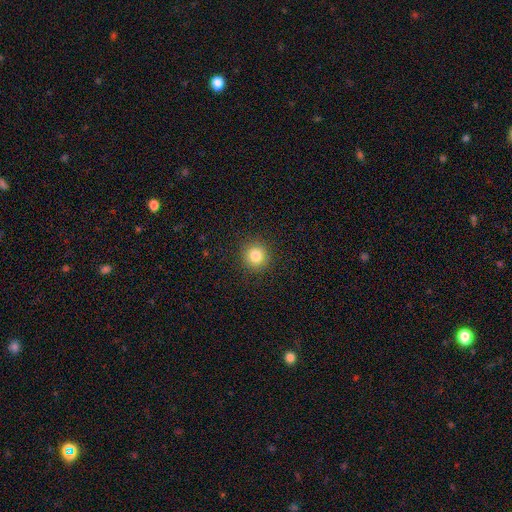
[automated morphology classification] This appears to be a smooth galaxy with no disk features (83%) that is round (93%). Merging: none (91%).